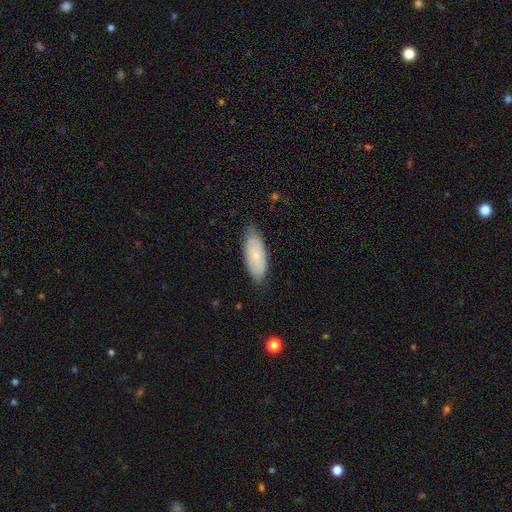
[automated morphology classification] type=smooth (71%); roundness=in between (82%); merging=none (78%).